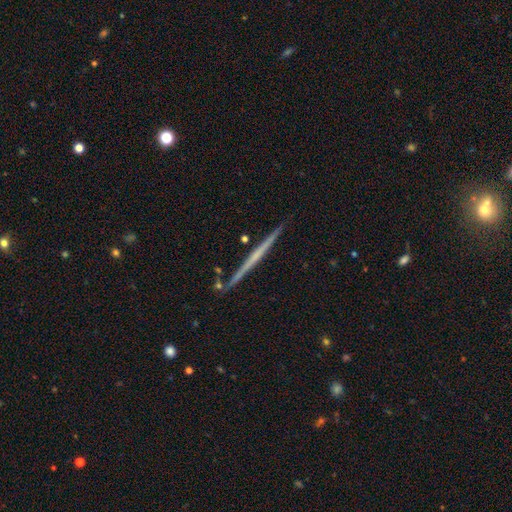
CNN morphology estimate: A featured or disk galaxy (64%) viewed edge-on (98%) with no central bulge (85%). Merging: none (89%).